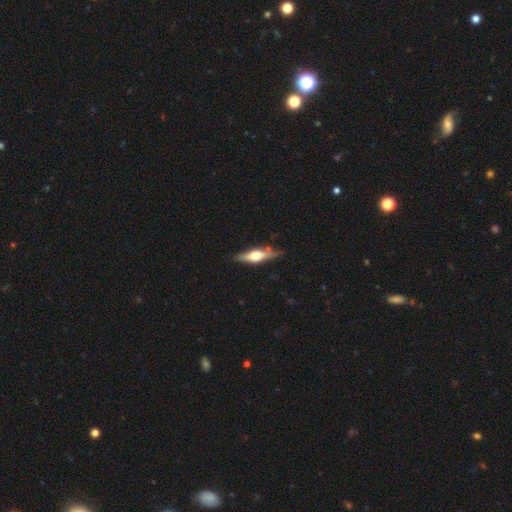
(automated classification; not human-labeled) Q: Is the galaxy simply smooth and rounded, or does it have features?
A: featured or disk — 59%.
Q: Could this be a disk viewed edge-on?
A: yes — 90%.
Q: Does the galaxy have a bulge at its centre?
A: rounded — 91%.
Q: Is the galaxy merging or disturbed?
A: none — 74%.